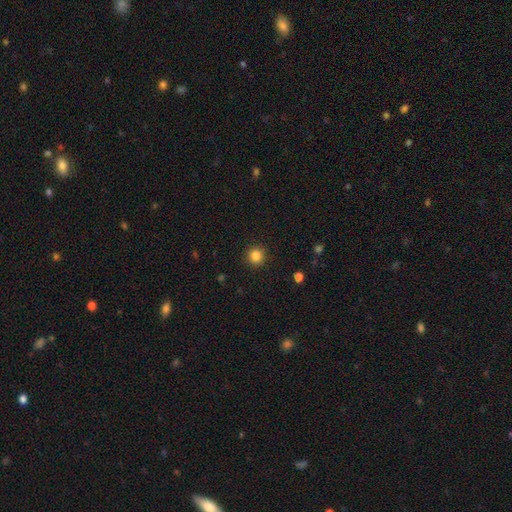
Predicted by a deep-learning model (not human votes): This is clearly a smooth galaxy (85%). How rounded: clearly round (94%). Merging: clearly none (92%).